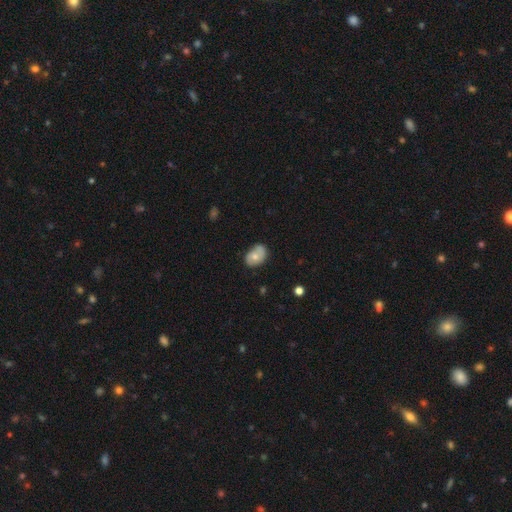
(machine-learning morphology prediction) Q: Smooth or featured?
A: smooth (68%); runner-up: featured or disk (24%)
Q: How rounded?
A: in between (82%); runner-up: round (17%)
Q: Merging?
A: none (64%); runner-up: minor disturbance (29%)